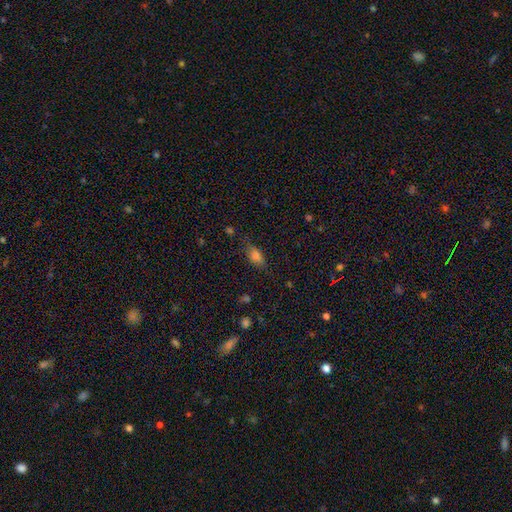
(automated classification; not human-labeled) This is likely a smooth galaxy (73%). How rounded: clearly in between (82%). Merging: likely none (71%).